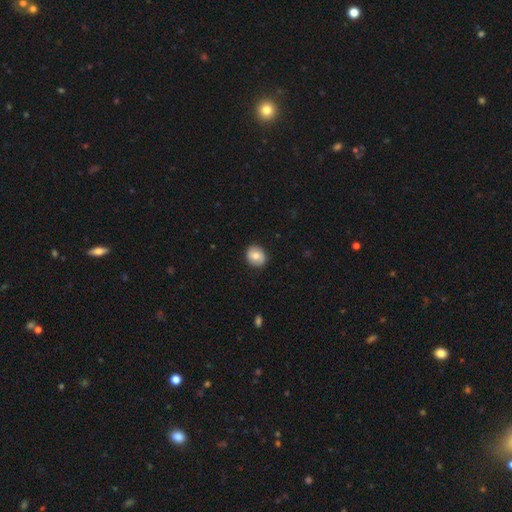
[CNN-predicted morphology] Q: Smooth or featured?
A: smooth (74%); runner-up: featured or disk (19%)
Q: How rounded?
A: round (69%); runner-up: in between (30%)
Q: Merging?
A: none (89%); runner-up: minor disturbance (8%)